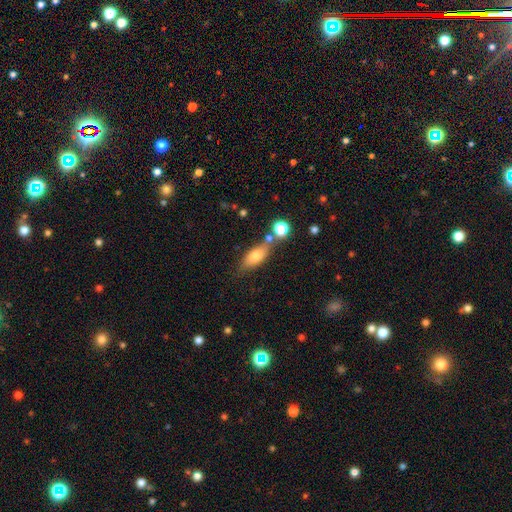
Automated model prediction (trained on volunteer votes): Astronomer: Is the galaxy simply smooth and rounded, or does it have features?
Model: smooth — 73%.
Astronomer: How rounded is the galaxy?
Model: in between — 75%.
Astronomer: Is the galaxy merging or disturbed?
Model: none — 62%.